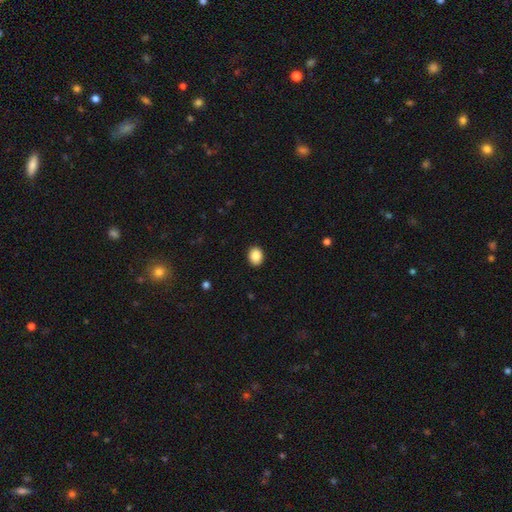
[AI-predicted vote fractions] Q: Smooth or featured?
A: smooth (88%); runner-up: star or artifact (8%)
Q: How rounded?
A: in between (53%); runner-up: round (47%)
Q: Merging?
A: none (91%); runner-up: minor disturbance (6%)